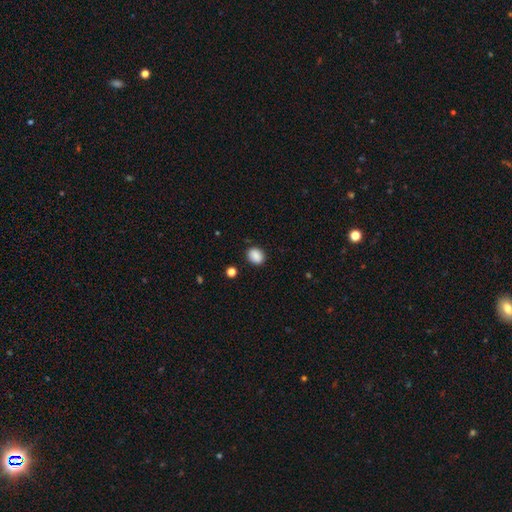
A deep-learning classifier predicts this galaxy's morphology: This is clearly a smooth galaxy (88%). How rounded: possibly round (50%). Merging: clearly none (85%).